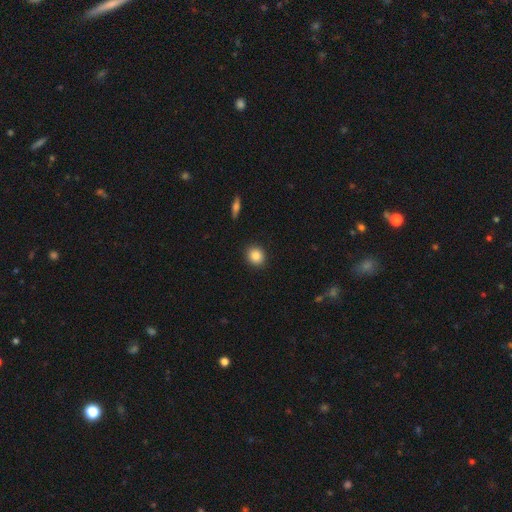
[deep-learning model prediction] Smooth or featured? Predicted: smooth (p=0.86). How rounded? Predicted: round (p=0.79). Merging? Predicted: none (p=0.91).